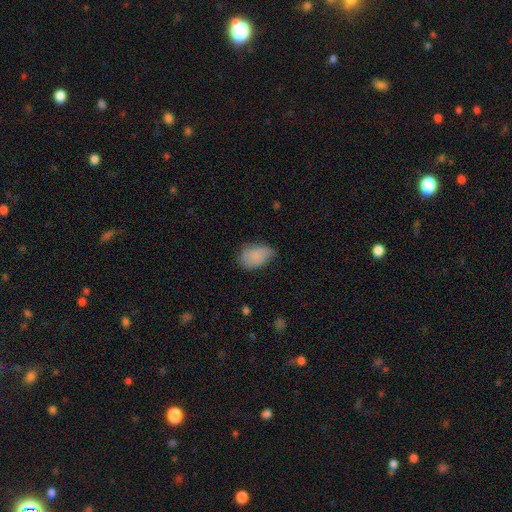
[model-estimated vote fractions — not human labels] This is clearly a smooth galaxy (81%). How rounded: clearly in between (88%). Merging: possibly none (51%).